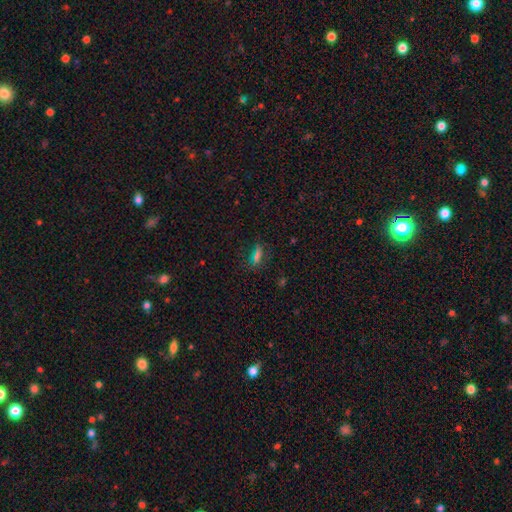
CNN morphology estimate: The model was most divided on "smooth or featured": smooth: 52%, star or artifact: 36%, featured or disk: 12%. More confident: merging — none (79%); how rounded — in between (54%).